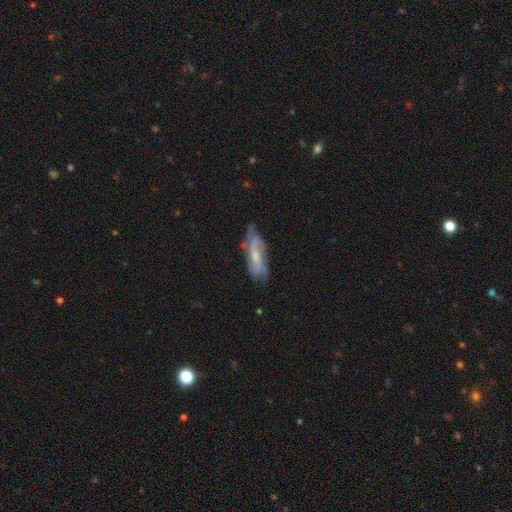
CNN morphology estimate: The model was most divided on "smooth or featured": featured or disk: 58%, smooth: 35%, star or artifact: 7%. More confident: edge-on disk — no (72%); merging — none (56%).